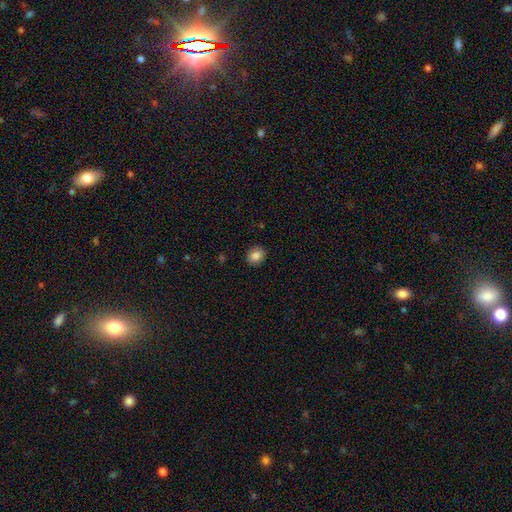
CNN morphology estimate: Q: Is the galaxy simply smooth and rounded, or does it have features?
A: smooth — 85%.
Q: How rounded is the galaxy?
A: round — 51%.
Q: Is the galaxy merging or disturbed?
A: none — 88%.